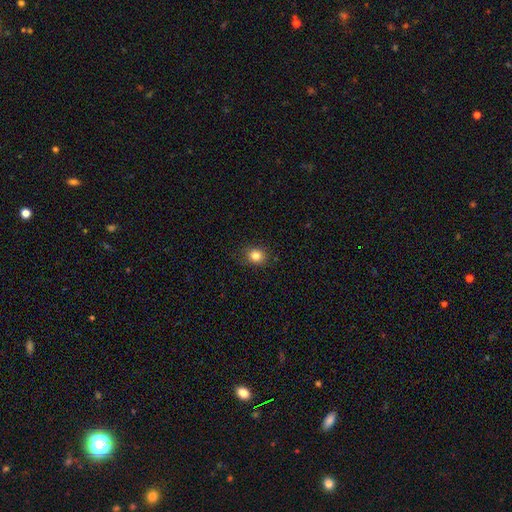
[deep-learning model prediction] This appears to be a smooth galaxy with no disk features (83%) that is round (73%). Merging: none (86%).